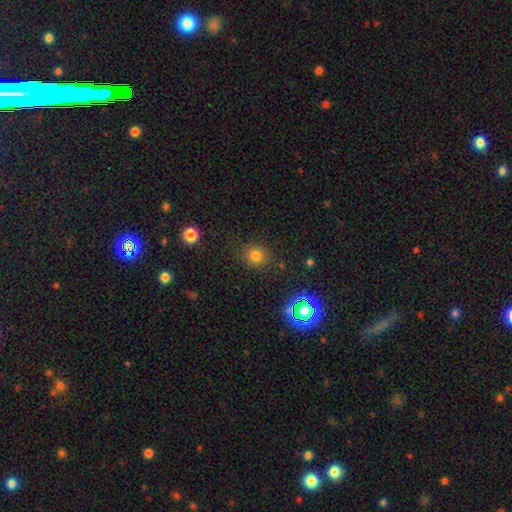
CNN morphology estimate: Q: Smooth or featured?
A: smooth (75%); runner-up: star or artifact (18%)
Q: How rounded?
A: round (82%); runner-up: in between (17%)
Q: Merging?
A: none (85%); runner-up: minor disturbance (10%)